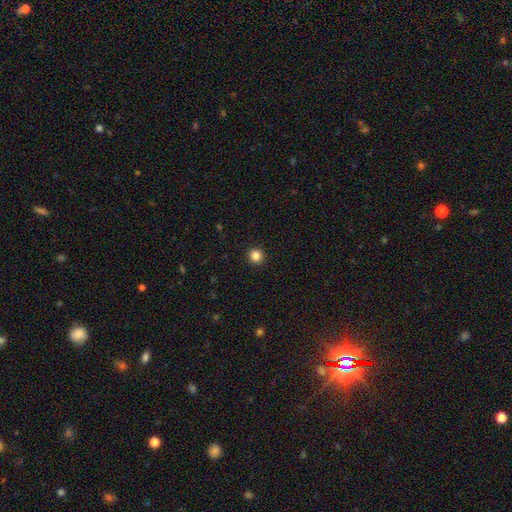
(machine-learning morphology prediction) smooth_or_featured: smooth (p=0.85) [alt: star or artifact p=0.12]
how_rounded: round (p=0.95) [alt: in between p=0.04]
merging: none (p=0.94) [alt: minor disturbance p=0.04]